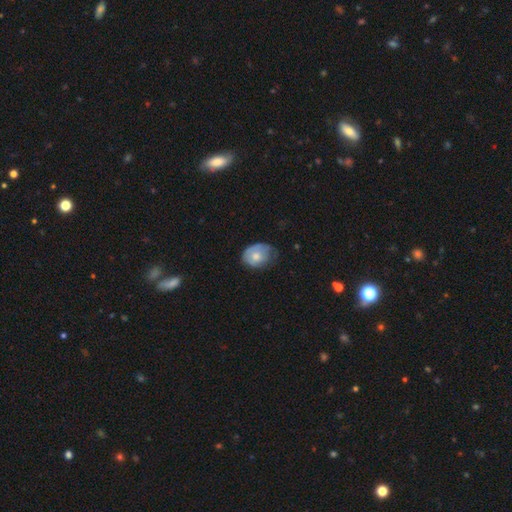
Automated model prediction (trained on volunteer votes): smooth-or-featured: smooth: 65% | featured or disk: 28% | star or artifact: 7%
  how-rounded: in between: 64% | round: 35% | cigar-shaped: 1%
  merging: none: 43% | minor disturbance: 40% | major disturbance: 15% | merger: 2%